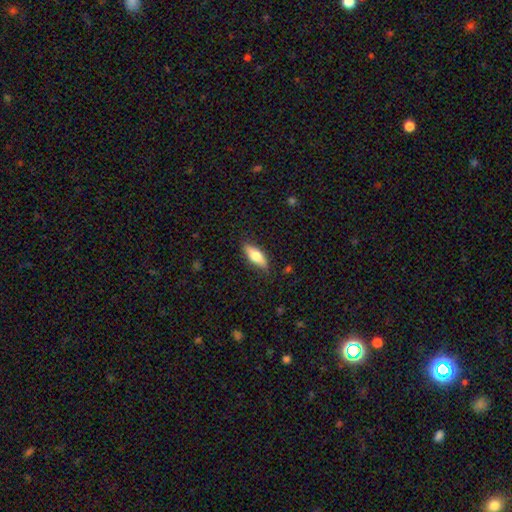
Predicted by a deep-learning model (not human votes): Morphology: type=smooth (66%); roundness=in between (63%); merging=none (85%).